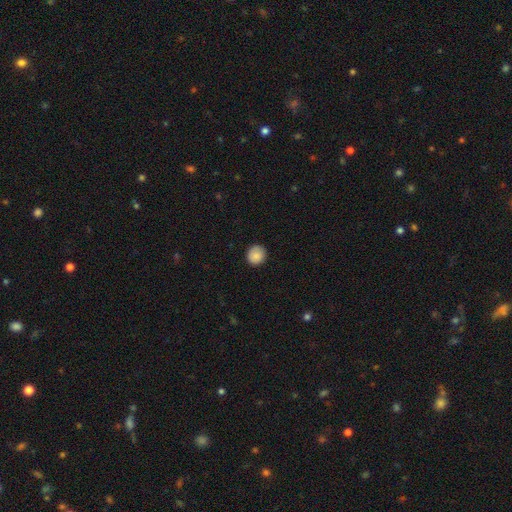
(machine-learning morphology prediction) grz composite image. It shows a smooth galaxy with no disk features (86%) that is round (87%). Merging: none (86%).